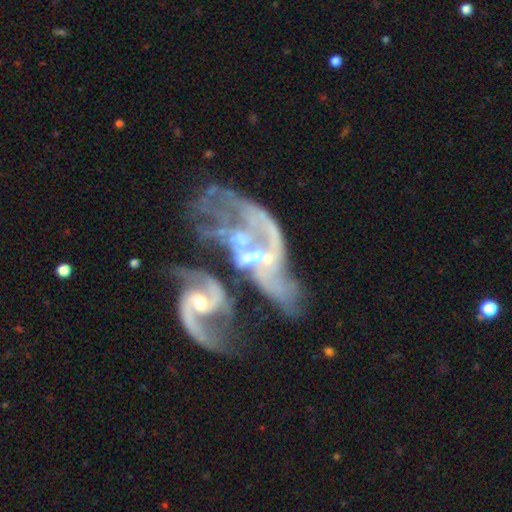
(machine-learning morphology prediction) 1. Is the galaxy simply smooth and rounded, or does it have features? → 83% featured or disk, 9% smooth, 8% star or artifact.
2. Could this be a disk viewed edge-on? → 97% no, 3% yes.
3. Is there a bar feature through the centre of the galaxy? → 61% no, 29% weak, 10% strong.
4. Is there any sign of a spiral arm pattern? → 75% yes, 25% no.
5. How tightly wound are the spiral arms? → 56% loose, 32% medium, 12% tight.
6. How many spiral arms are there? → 44% 2, 27% can't tell, 12% 3, 8% 1, 5% 4, 4% more than 4.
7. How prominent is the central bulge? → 43% moderate, 39% small, 12% none, 3% large, 2% dominant.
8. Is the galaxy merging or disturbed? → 67% merger, 18% major disturbance, 8% none, 6% minor disturbance.